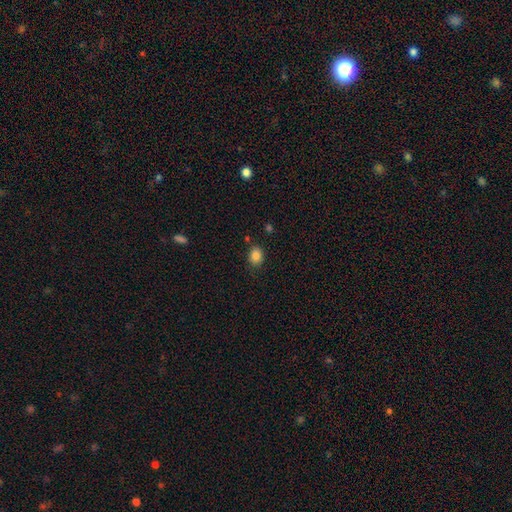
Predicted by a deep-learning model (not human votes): A smooth galaxy with no disk features (85%) that is round (53%).

Vote fractions:
- Smooth or featured? smooth: 85% / star or artifact: 10% / featured or disk: 5%
- How rounded? round: 53% / in between: 46% / cigar-shaped: 1%
- Merging? none: 81% / minor disturbance: 12% / merger: 3% / major disturbance: 3%